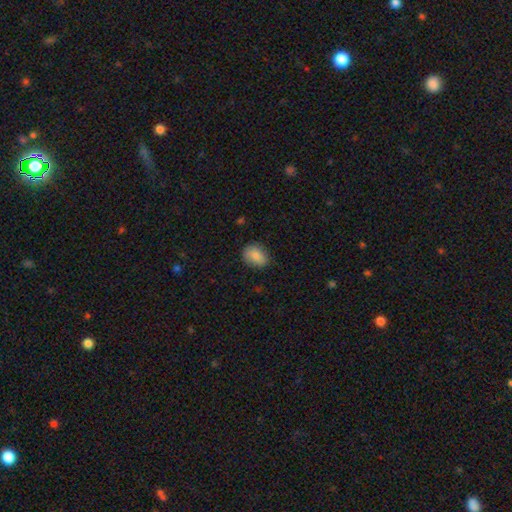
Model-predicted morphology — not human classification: Smooth or featured? Predicted: smooth (p=0.83). How rounded? Predicted: in between (p=0.63). Merging? Predicted: none (p=0.80).